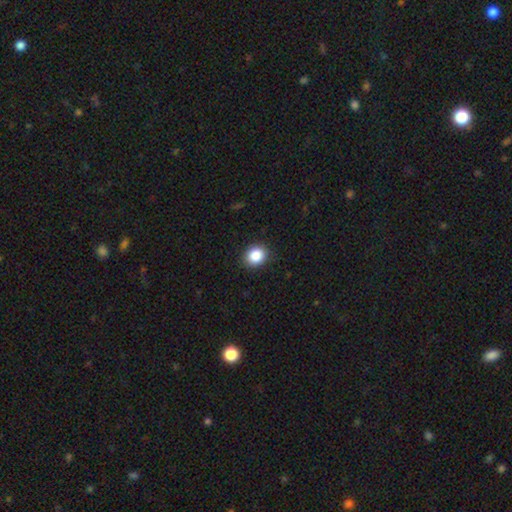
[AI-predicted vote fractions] A smooth galaxy with no disk features (87%) that is round (64%).

Vote fractions:
- Smooth or featured? smooth: 87% / star or artifact: 9% / featured or disk: 4%
- How rounded? round: 64% / in between: 35% / cigar-shaped: 1%
- Merging? none: 90% / minor disturbance: 7% / major disturbance: 2% / merger: 1%